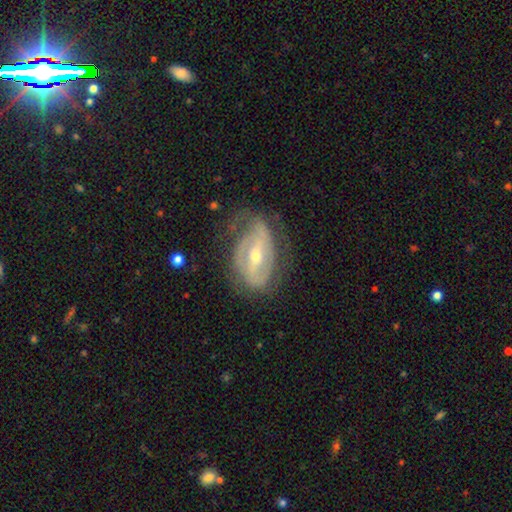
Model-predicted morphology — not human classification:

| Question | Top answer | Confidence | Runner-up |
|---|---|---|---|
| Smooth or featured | featured or disk | 83% | smooth (11%) |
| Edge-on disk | no | 95% | yes (5%) |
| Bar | strong | 51% | weak (35%) |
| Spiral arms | yes | 82% | no (18%) |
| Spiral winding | tight | 41% | medium (39%) |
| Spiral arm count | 2 | 58% | can't tell (23%) |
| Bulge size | moderate | 52% | small (45%) |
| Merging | none | 55% | minor disturbance (26%) |